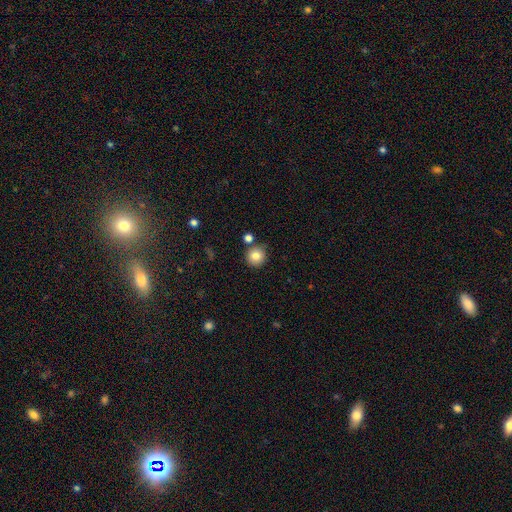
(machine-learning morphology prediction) Smooth or featured? smooth (82%)
How rounded? round (93%)
Merging? none (78%)